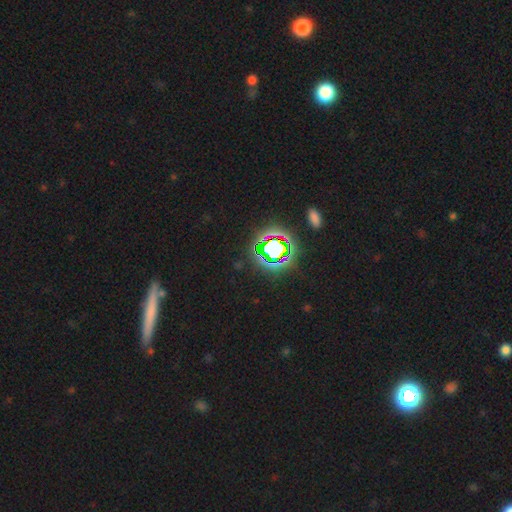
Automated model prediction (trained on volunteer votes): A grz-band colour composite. It shows a star or artifact, not a galaxy (69%).